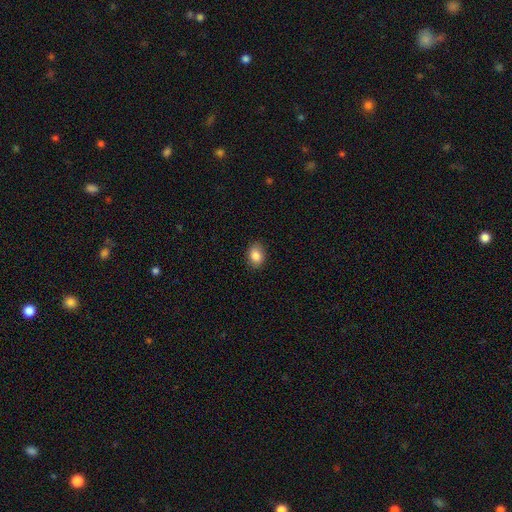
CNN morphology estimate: Q: Smooth or featured?
A: smooth (87%); runner-up: star or artifact (8%)
Q: How rounded?
A: in between (73%); runner-up: round (26%)
Q: Merging?
A: none (87%); runner-up: minor disturbance (10%)